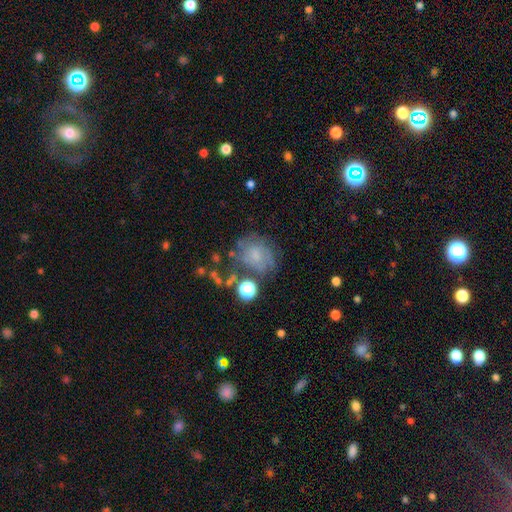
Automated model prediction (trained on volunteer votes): Smooth or featured?
  - smooth: 48% *
  - featured or disk: 37%
  - star or artifact: 15%
Merging?
  - none: 51% *
  - minor disturbance: 23%
  - major disturbance: 18%
  - merger: 8%